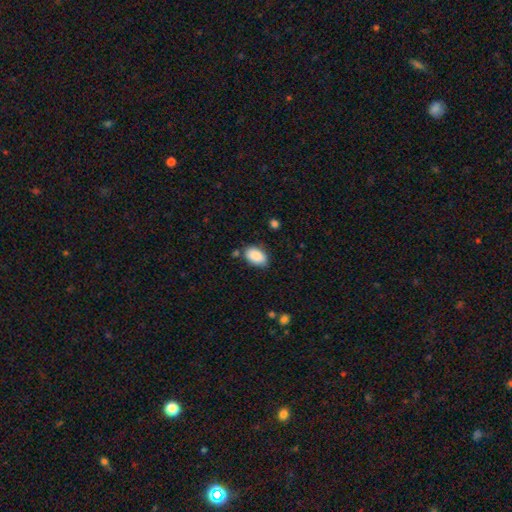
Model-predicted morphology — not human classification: Overall: smooth (89%). How rounded: in between (93%). Merging: none (77%).